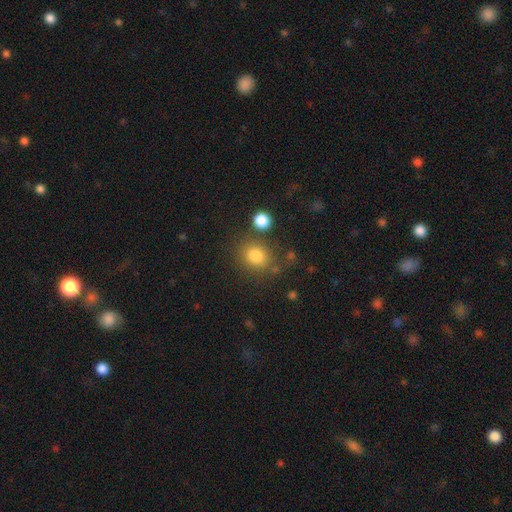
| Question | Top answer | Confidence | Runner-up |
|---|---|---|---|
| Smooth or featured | smooth | 90% | star or artifact (8%) |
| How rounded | round | 66% | in between (34%) |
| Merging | none | 72% | minor disturbance (22%) |